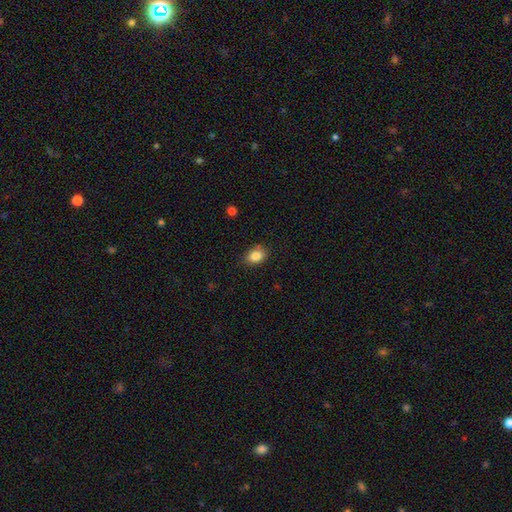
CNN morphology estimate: Smooth or featured?
  - smooth: 86% *
  - star or artifact: 9%
  - featured or disk: 5%
How rounded?
  - in between: 74% *
  - round: 24%
  - cigar-shaped: 1%
Merging?
  - none: 81% *
  - minor disturbance: 14%
  - major disturbance: 3%
  - merger: 2%